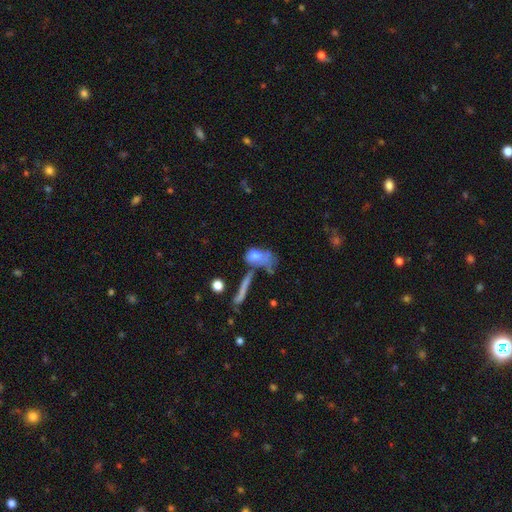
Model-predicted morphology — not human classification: This is possibly a smooth galaxy (60%). How rounded: likely in between (74%). Merging: marginally merger (35%).